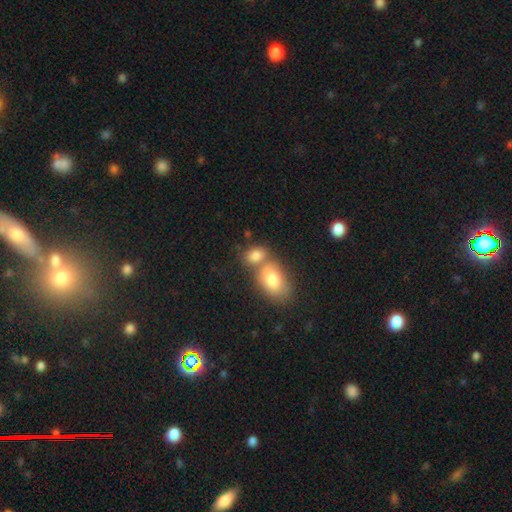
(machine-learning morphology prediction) This is clearly a smooth galaxy (80%). How rounded: clearly in between (81%). Merging: possibly merger (47%).